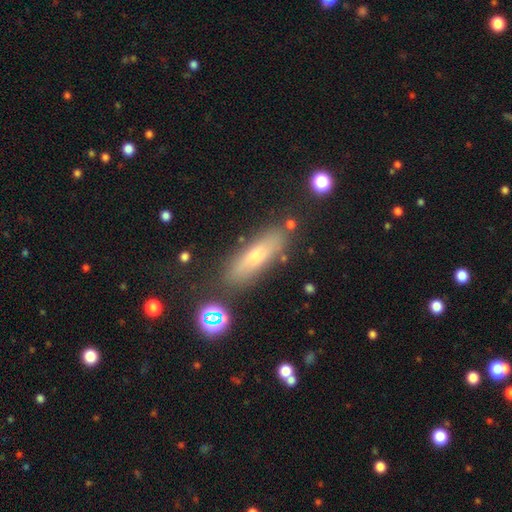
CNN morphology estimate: Overall: smooth (61%; featured or disk 28%). How rounded: cigar-shaped (60%; in between 36%). Merging: none (80%).